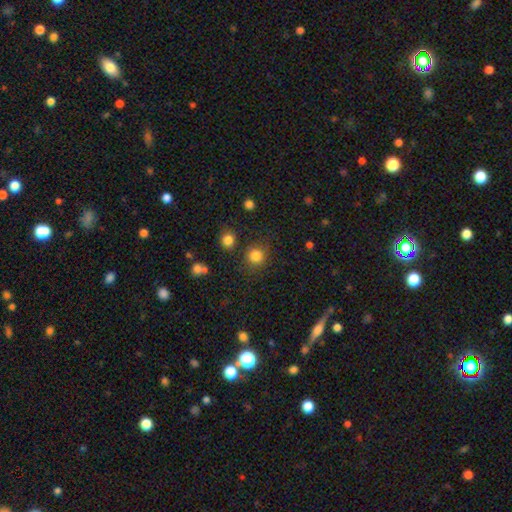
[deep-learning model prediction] smooth-or-featured: smooth: 83% | star or artifact: 12% | featured or disk: 5%
  how-rounded: round: 89% | in between: 10% | cigar-shaped: 1%
  merging: none: 81% | minor disturbance: 10% | merger: 5% | major disturbance: 4%